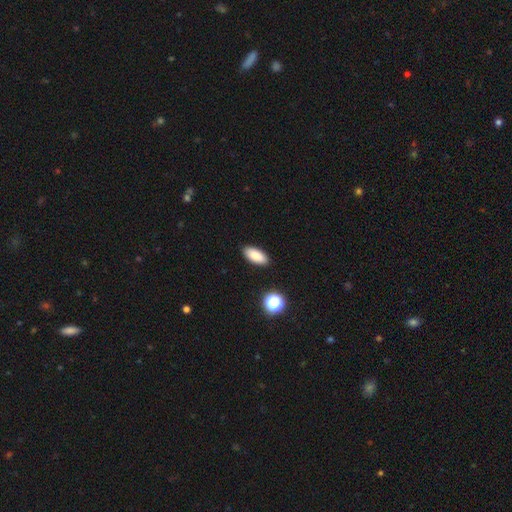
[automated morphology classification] This is clearly a smooth galaxy (87%). How rounded: clearly in between (87%). Merging: clearly none (90%).